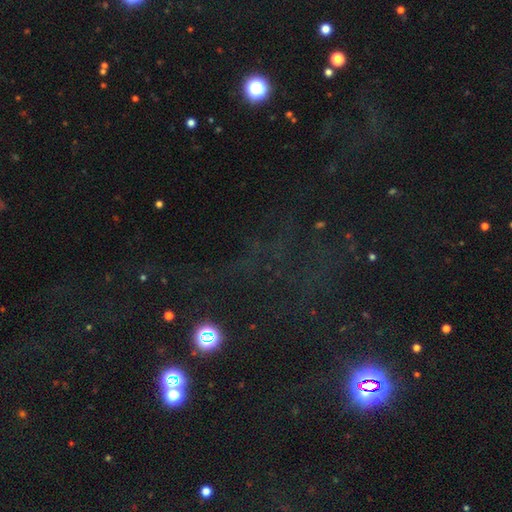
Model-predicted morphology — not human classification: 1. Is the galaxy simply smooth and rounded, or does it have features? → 70% star or artifact, 19% smooth, 11% featured or disk.